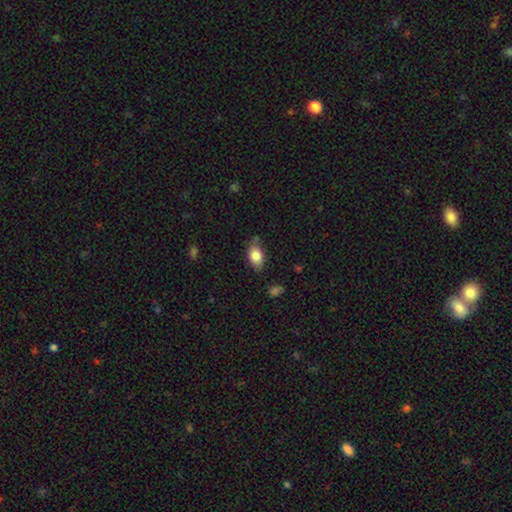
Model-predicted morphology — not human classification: Smooth or featured?
  - smooth: 83% *
  - featured or disk: 10%
  - star or artifact: 7%
How rounded?
  - in between: 88% *
  - round: 9%
  - cigar-shaped: 3%
Merging?
  - none: 73% *
  - minor disturbance: 21%
  - major disturbance: 4%
  - merger: 3%